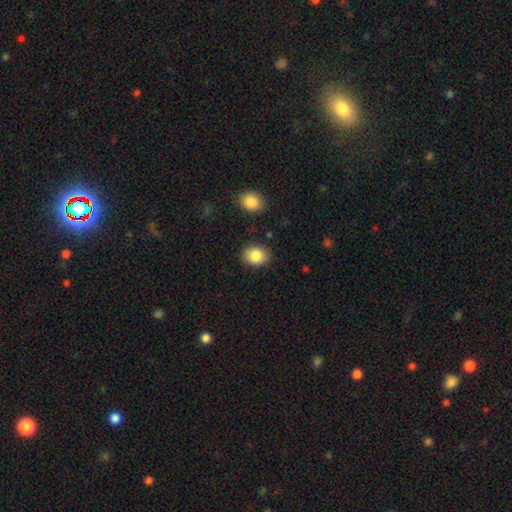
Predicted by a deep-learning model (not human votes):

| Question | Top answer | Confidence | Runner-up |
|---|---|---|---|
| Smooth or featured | smooth | 86% | star or artifact (8%) |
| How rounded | in between | 56% | round (43%) |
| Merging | none | 86% | minor disturbance (9%) |